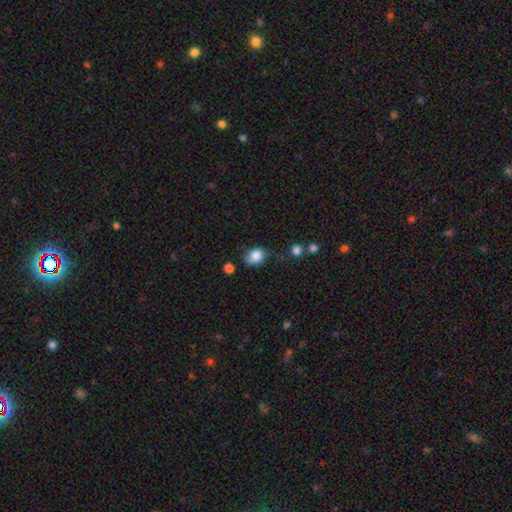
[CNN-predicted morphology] Smooth or featured: smooth — 82% (featured or disk — 9%)
How rounded: in between — 55% (round — 44%)
Merging: none — 52% (minor disturbance — 33%)